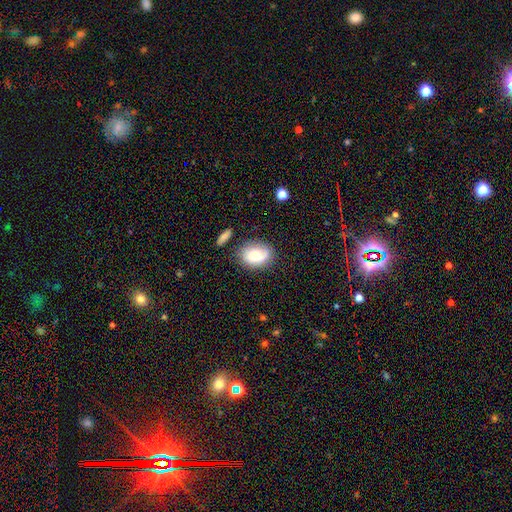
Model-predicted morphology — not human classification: Smooth or featured: smooth — 70% (featured or disk — 22%)
How rounded: in between — 77% (round — 22%)
Merging: none — 66% (minor disturbance — 22%)